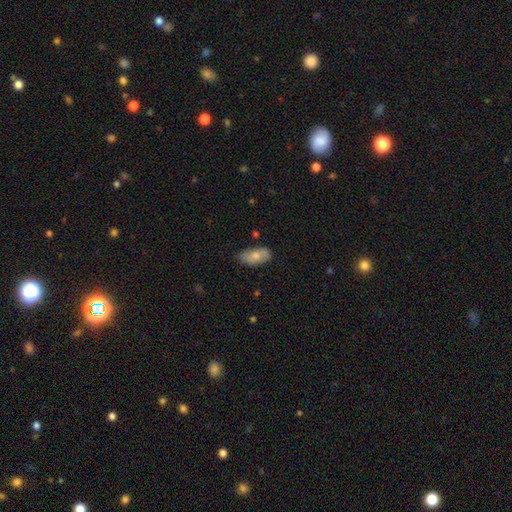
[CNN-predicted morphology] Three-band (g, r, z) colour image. It shows a smooth galaxy with no disk features (74%) that is in between round and cigar-shaped (92%). Merging: none (62%).